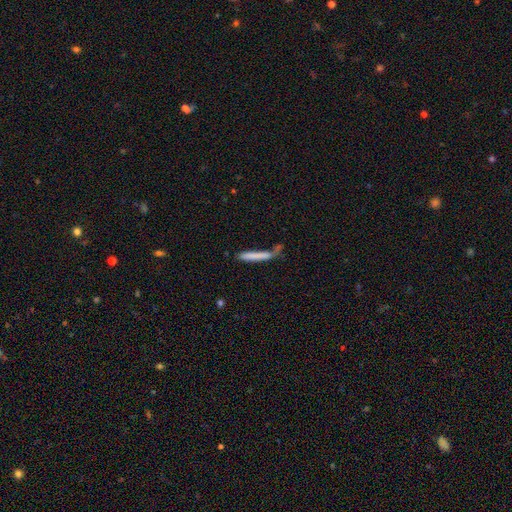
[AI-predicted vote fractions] The model was most divided on "merging": none: 56%, minor disturbance: 20%, merger: 13%, major disturbance: 11%. More confident: how rounded — cigar-shaped (94%); smooth or featured — smooth (73%).